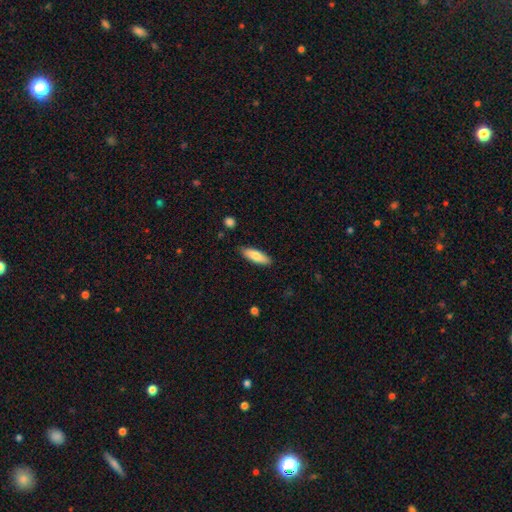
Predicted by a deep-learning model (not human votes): A smooth galaxy with no disk features (82%) that is in between round and cigar-shaped (51%). Merging: none (87%).